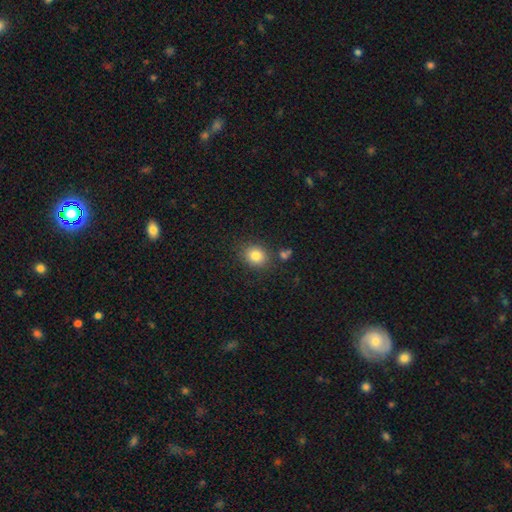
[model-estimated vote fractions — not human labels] smooth-or-featured: smooth: 83% | star or artifact: 11% | featured or disk: 6%
  how-rounded: round: 63% | in between: 36% | cigar-shaped: 1%
  merging: none: 81% | minor disturbance: 11% | merger: 5% | major disturbance: 3%